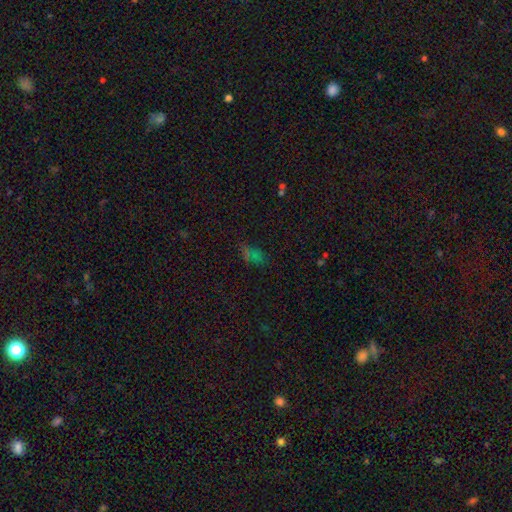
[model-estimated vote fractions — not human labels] This is possibly a smooth galaxy (50%). Merging: possibly none (58%).